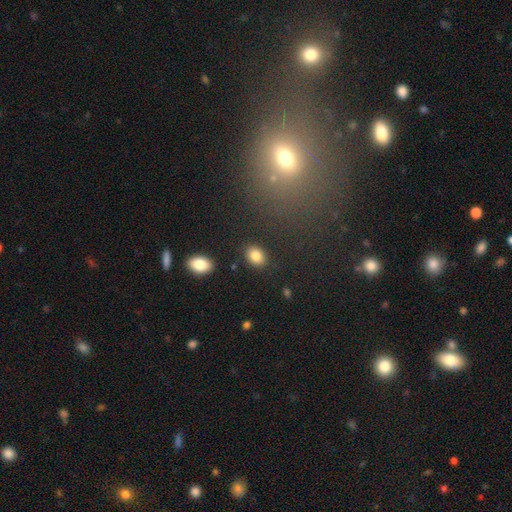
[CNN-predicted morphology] This is clearly a smooth galaxy (85%). How rounded: likely in between (73%). Merging: clearly none (85%).